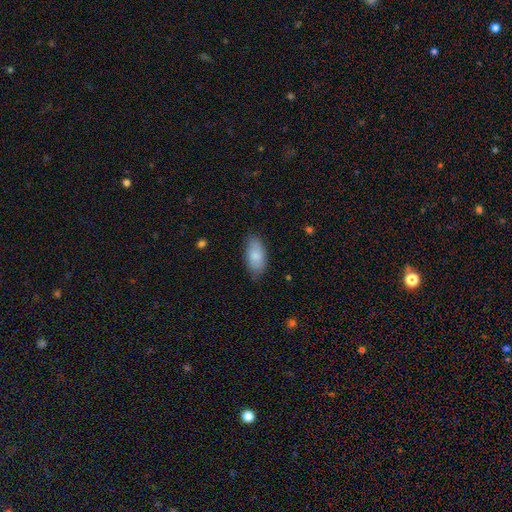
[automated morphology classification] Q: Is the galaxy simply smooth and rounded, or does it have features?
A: smooth — 85%.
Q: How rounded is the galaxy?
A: in between — 93%.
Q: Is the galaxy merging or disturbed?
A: none — 82%.